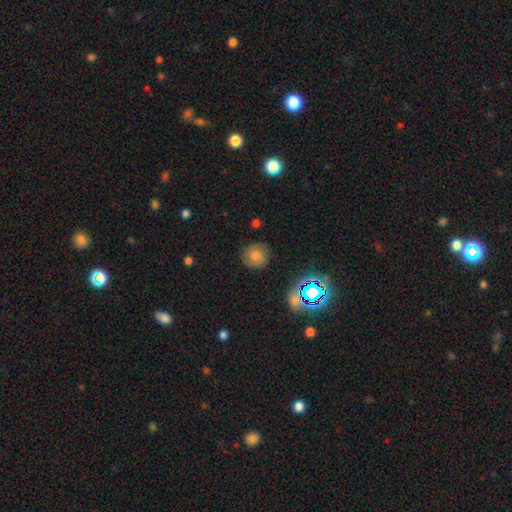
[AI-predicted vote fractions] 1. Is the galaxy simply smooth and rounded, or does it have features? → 56% smooth, 28% featured or disk, 16% star or artifact.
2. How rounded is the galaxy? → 87% round, 12% in between, 1% cigar-shaped.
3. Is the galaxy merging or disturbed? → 81% none, 13% minor disturbance, 4% major disturbance, 2% merger.